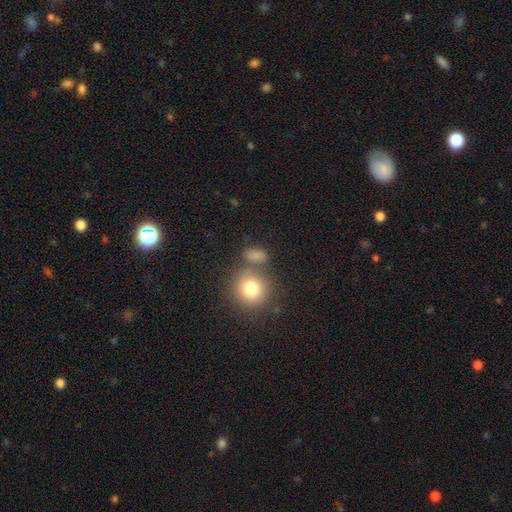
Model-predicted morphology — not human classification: Smooth or featured? Predicted: smooth (p=0.77). How rounded? Predicted: in between (p=0.52). Merging? Predicted: none (p=0.58).